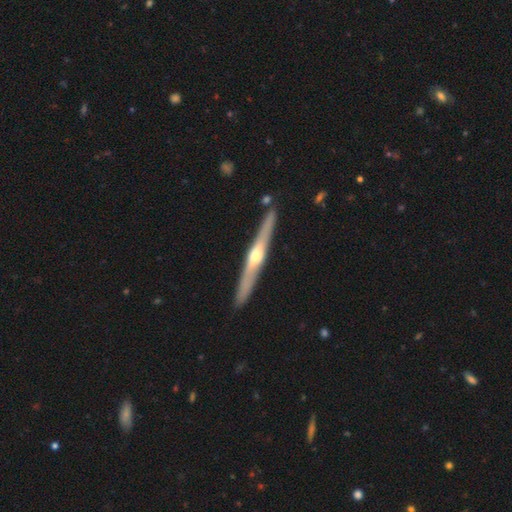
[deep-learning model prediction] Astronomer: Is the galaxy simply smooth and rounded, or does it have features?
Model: featured or disk — 73%.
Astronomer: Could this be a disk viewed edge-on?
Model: yes — 97%.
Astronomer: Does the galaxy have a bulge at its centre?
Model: rounded — 89%.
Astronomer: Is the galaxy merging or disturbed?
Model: none — 89%.